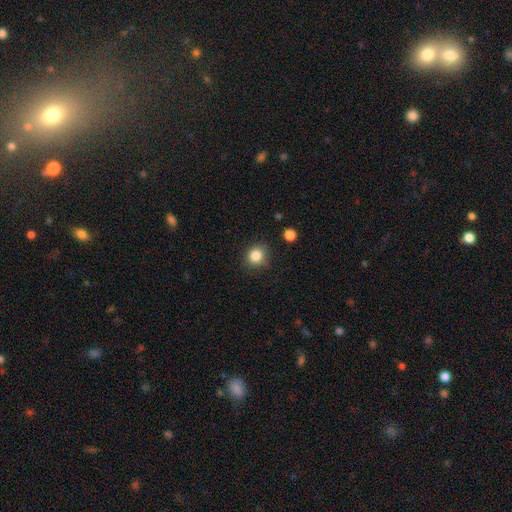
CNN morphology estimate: smooth-or-featured: smooth: 83% | star or artifact: 11% | featured or disk: 5%
  how-rounded: round: 82% | in between: 17% | cigar-shaped: 1%
  merging: none: 81% | minor disturbance: 13% | major disturbance: 3% | merger: 2%